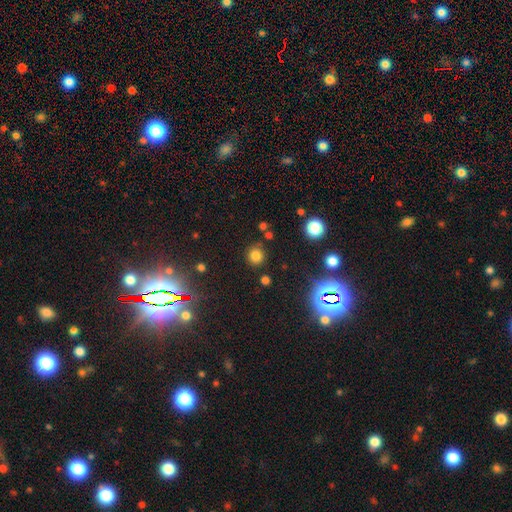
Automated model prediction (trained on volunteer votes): A smooth galaxy with no disk features (75%) that is round (90%). Merging: none (85%).